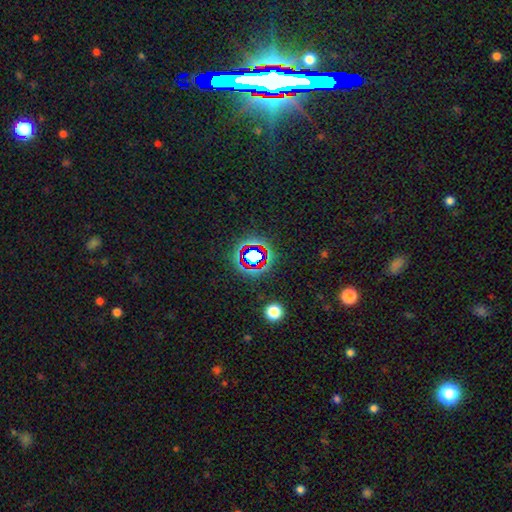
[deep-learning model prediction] smooth-or-featured: star or artifact: 72% | smooth: 17% | featured or disk: 11%